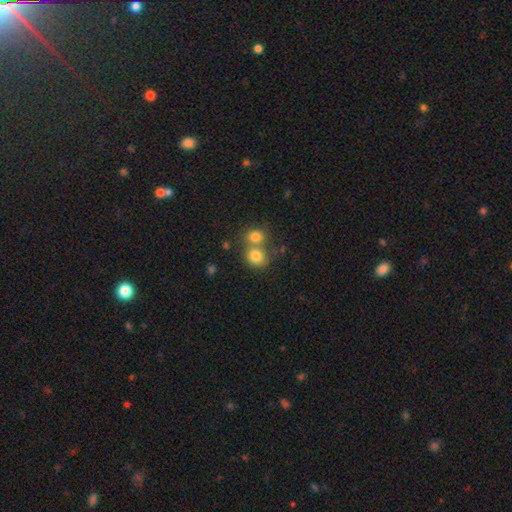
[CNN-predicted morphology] The model was most divided on "merging": merger: 48%, none: 41%, minor disturbance: 8%, major disturbance: 3%. More confident: smooth or featured — smooth (80%); how rounded — round (75%).